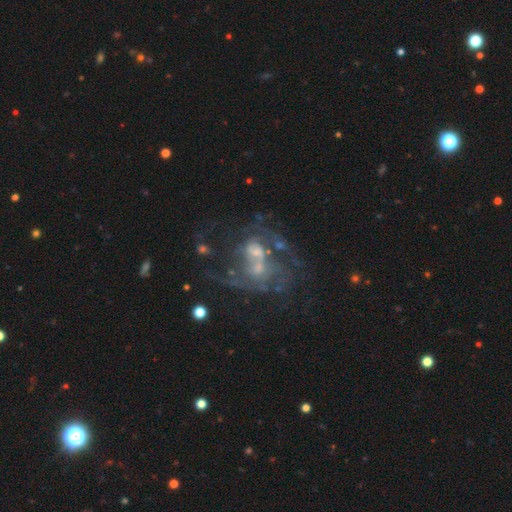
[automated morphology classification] The model was most divided on "merging": merger: 36%, none: 29%, major disturbance: 24%, minor disturbance: 11%. Remaining: edge-on disk — no (97%); smooth or featured — featured or disk (74%); bar — no (67%); spiral arms — yes (63%); bulge size — small (42%).